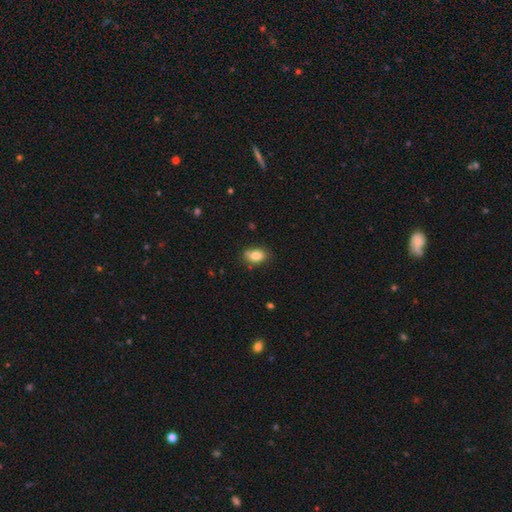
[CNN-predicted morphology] The model was most divided on "merging": none: 73%, minor disturbance: 21%, major disturbance: 4%, merger: 3%. More confident: how rounded — in between (83%); smooth or featured — smooth (82%).